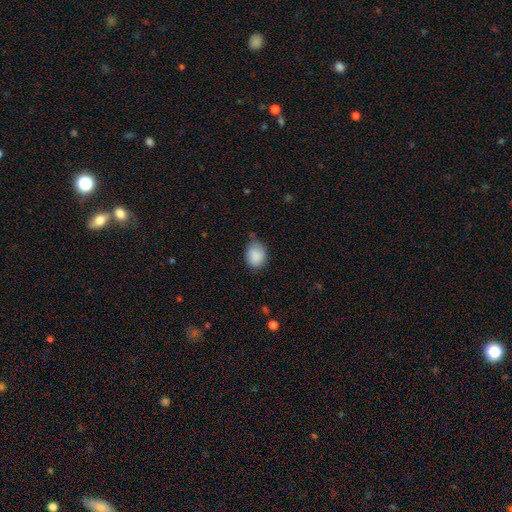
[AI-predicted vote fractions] smooth-or-featured: smooth: 87% | star or artifact: 8% | featured or disk: 5%
  how-rounded: in between: 57% | round: 42% | cigar-shaped: 1%
  merging: none: 60% | minor disturbance: 31% | major disturbance: 6% | merger: 3%